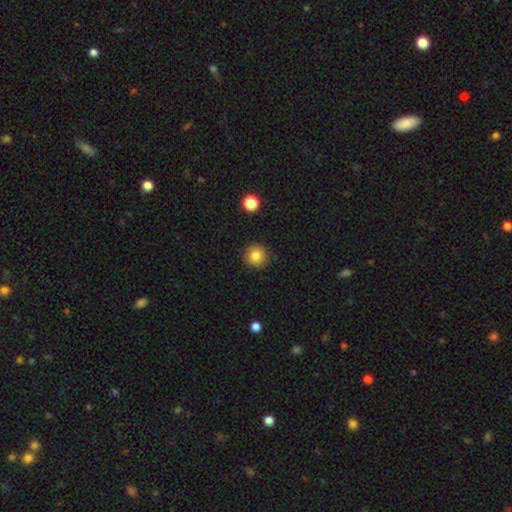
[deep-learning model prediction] This is clearly a smooth galaxy (83%). How rounded: clearly round (93%). Merging: clearly none (89%).